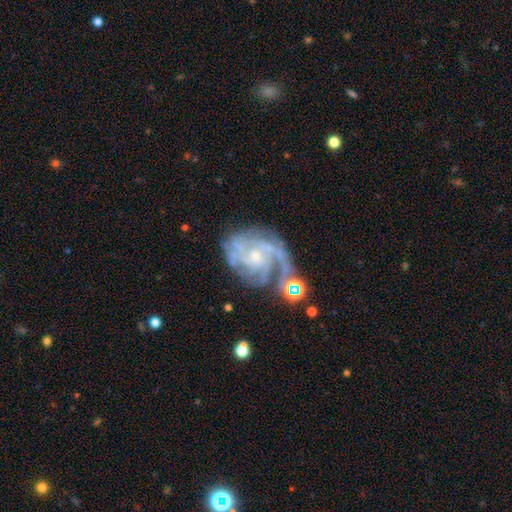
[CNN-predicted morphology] smooth-or-featured: featured or disk: 86% | star or artifact: 7% | smooth: 7%
  disk-edge-on: no: 98% | yes: 2%
    bar: no: 70% | weak: 25% | strong: 5%
    has-spiral-arms: yes: 95% | no: 5%
      spiral-winding: tight: 54% | medium: 35% | loose: 10%
      spiral-arm-count: can't tell: 28% | 3: 24% | 2: 16% | 4: 16% | more than 4: 8% | 1: 7%
    bulge-size: small: 69% | moderate: 23% | none: 5% | large: 2% | dominant: 1%
  merging: none: 48% | minor disturbance: 21% | major disturbance: 19% | merger: 12%